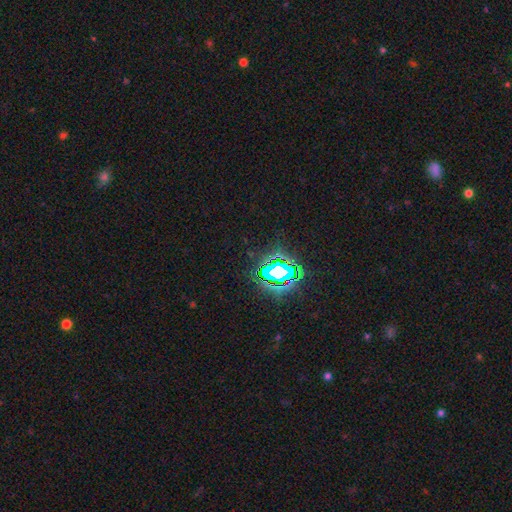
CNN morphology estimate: The model was most divided on "smooth or featured": star or artifact: 81%, smooth: 11%, featured or disk: 7%.